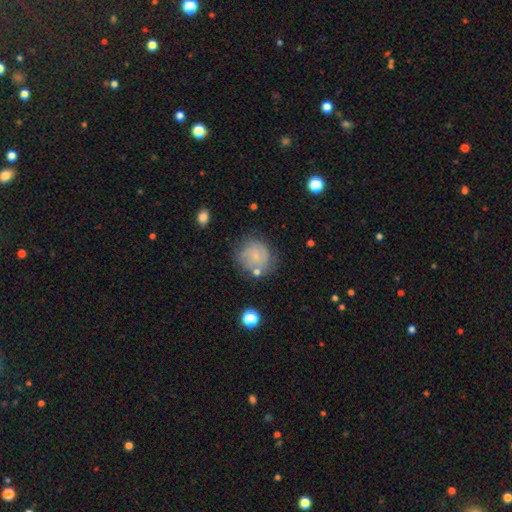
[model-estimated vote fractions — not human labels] Smooth or featured? smooth (51%)
How rounded? round (85%)
Merging? none (61%)